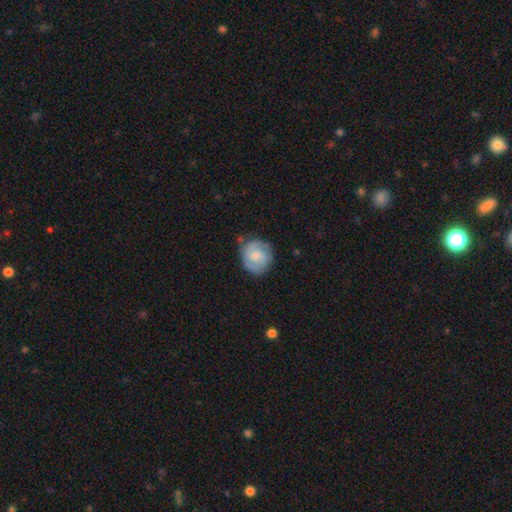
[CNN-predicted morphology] Smooth or featured? featured or disk (67%)
Edge-on disk? no (98%)
Bar? no (56%)
Spiral arms? yes (92%)
Spiral winding? tight (48%)
Spiral arm count? 2 (64%)
Bulge size? small (51%)
Merging? none (72%)